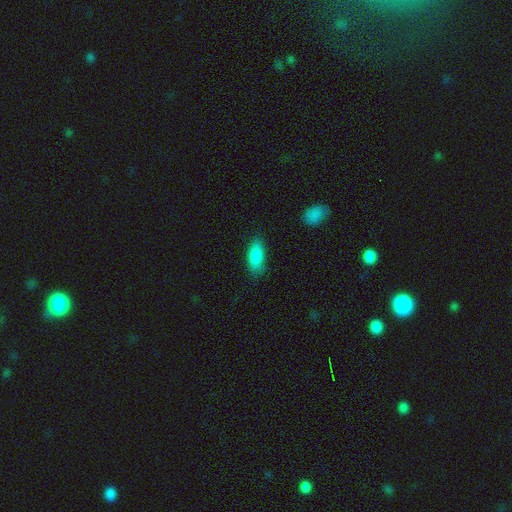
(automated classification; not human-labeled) smooth-or-featured: smooth: 88% | star or artifact: 6% | featured or disk: 6%
  how-rounded: in between: 81% | cigar-shaped: 17% | round: 2%
  merging: none: 82% | minor disturbance: 14% | major disturbance: 3% | merger: 1%